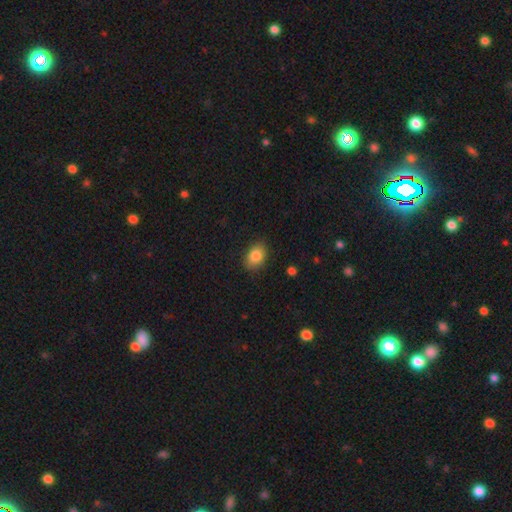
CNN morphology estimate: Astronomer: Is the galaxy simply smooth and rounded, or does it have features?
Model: smooth — 85%.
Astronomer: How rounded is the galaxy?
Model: in between — 78%.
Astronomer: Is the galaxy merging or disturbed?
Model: none — 85%.